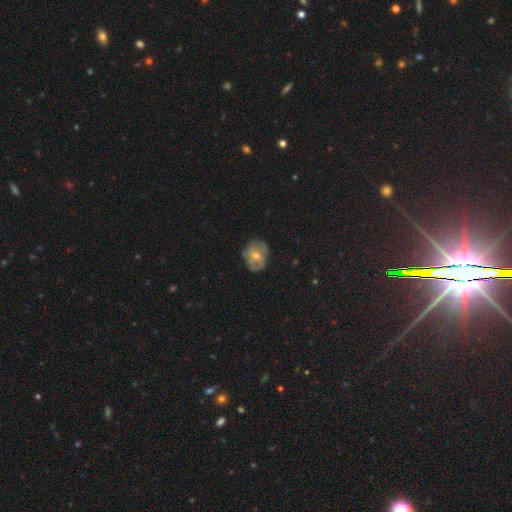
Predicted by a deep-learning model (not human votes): This is possibly a smooth galaxy (49%). Merging: likely none (63%).